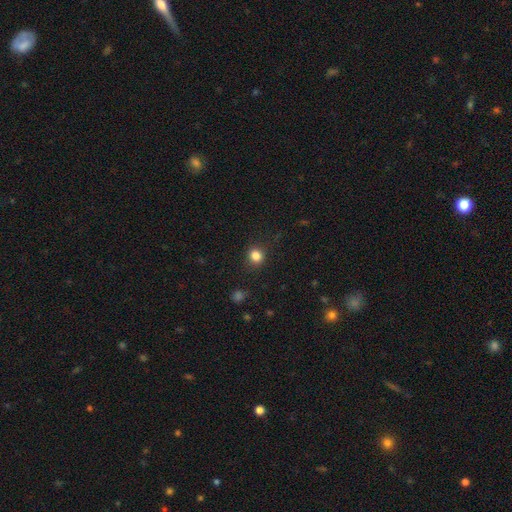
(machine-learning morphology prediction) Smooth or featured?
  - smooth: 83% *
  - star or artifact: 12%
  - featured or disk: 4%
How rounded?
  - round: 84% *
  - in between: 15%
  - cigar-shaped: 1%
Merging?
  - none: 87% *
  - minor disturbance: 9%
  - major disturbance: 3%
  - merger: 1%